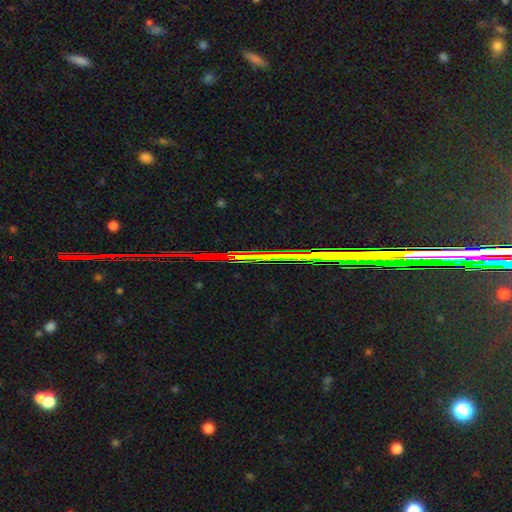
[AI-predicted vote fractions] The model was most divided on "smooth or featured": star or artifact: 83%, featured or disk: 10%, smooth: 7%.